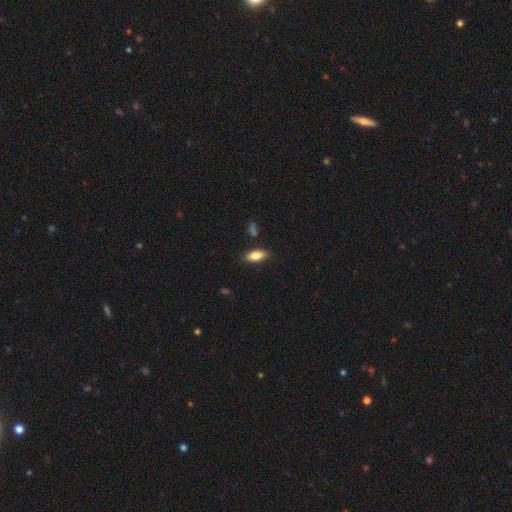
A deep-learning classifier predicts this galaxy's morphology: This is clearly a smooth galaxy (82%). How rounded: clearly in between (84%). Merging: clearly none (85%).